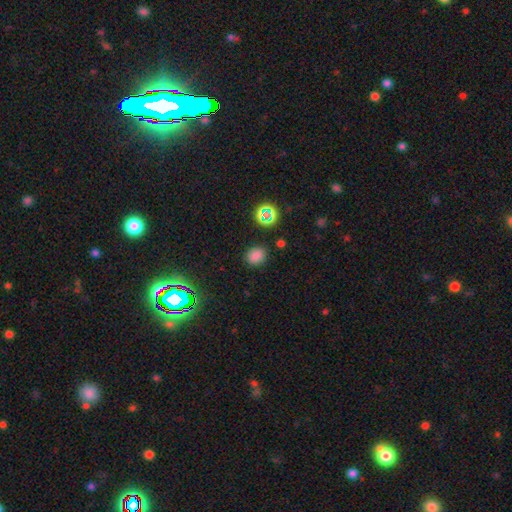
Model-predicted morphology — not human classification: smooth 76%, star or artifact 19%, featured or disk 5%. Down the decision tree: how rounded — round (60%); merging — none (85%).